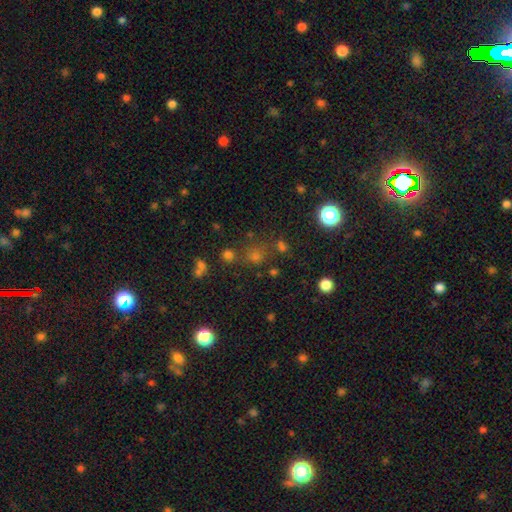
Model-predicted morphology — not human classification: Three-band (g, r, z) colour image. It shows a smooth galaxy with no disk features (55%) that is round (87%). Merging: none (73%).